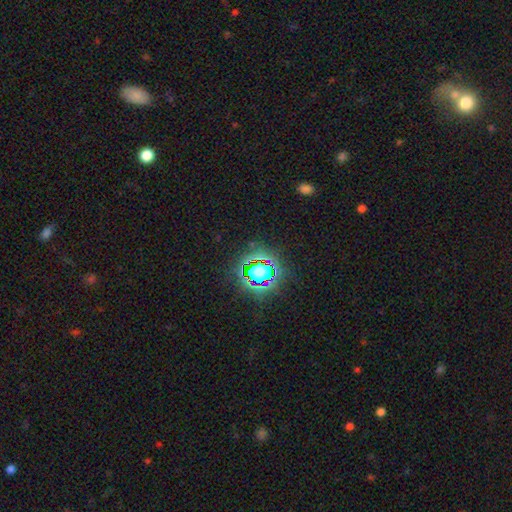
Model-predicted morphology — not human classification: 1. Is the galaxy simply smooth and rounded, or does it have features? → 79% star or artifact, 14% smooth, 7% featured or disk.